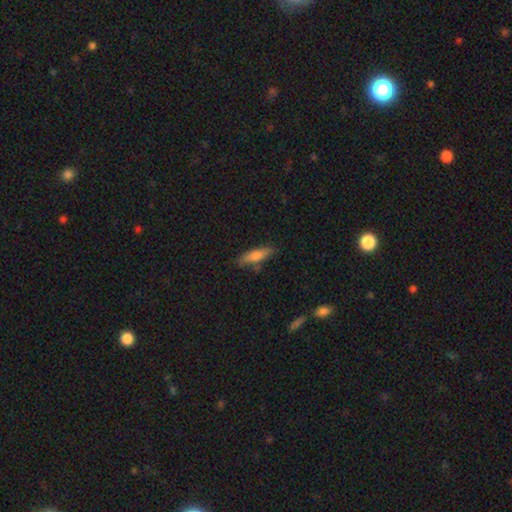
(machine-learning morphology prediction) Overall: smooth (70%). How rounded: cigar-shaped (68%; in between 30%). Merging: none (78%).